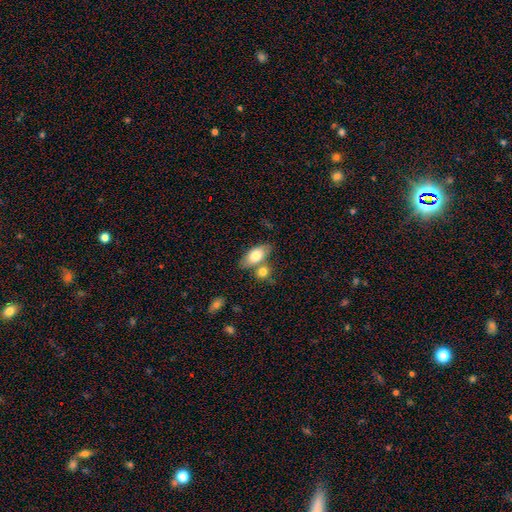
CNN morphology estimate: A smooth galaxy with no disk features (76%) that is in between round and cigar-shaped (88%). Merging: none (56%).